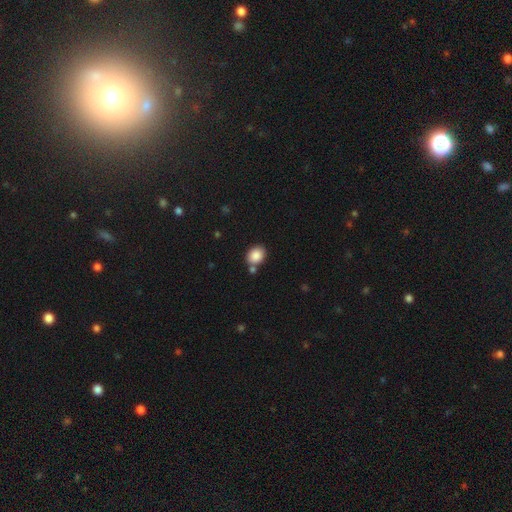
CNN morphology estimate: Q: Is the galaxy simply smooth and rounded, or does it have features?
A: smooth — 87%.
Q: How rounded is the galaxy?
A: in between — 52%.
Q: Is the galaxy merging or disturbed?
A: none — 69%.